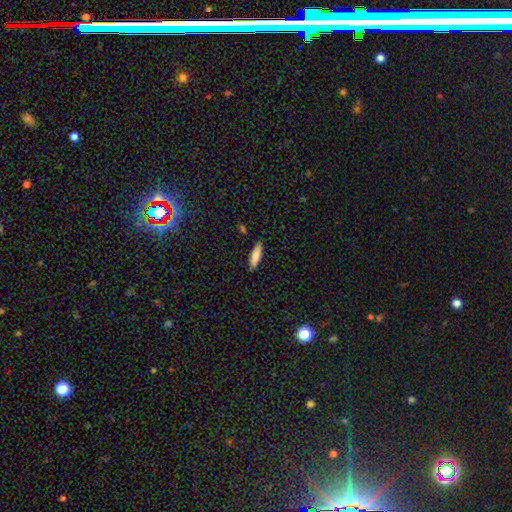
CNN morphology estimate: Smooth or featured?
  - smooth: 82% *
  - featured or disk: 11%
  - star or artifact: 6%
How rounded?
  - cigar-shaped: 58% *
  - in between: 40%
  - round: 2%
Merging?
  - none: 87% *
  - minor disturbance: 10%
  - major disturbance: 2%
  - merger: 1%